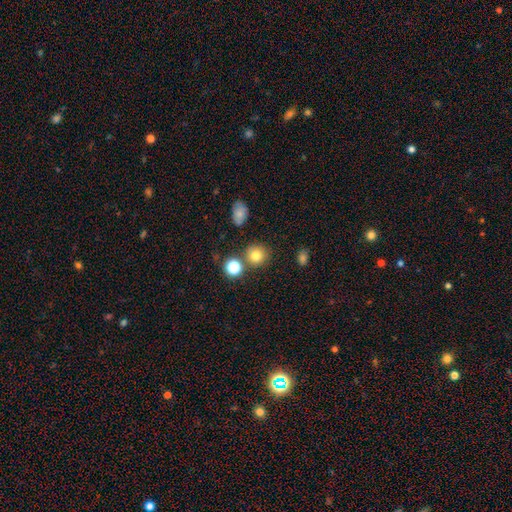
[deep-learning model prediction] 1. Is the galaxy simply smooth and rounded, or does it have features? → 78% smooth, 15% star or artifact, 8% featured or disk.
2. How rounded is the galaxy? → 89% round, 10% in between, 1% cigar-shaped.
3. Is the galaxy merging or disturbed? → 79% none, 10% merger, 9% minor disturbance, 3% major disturbance.